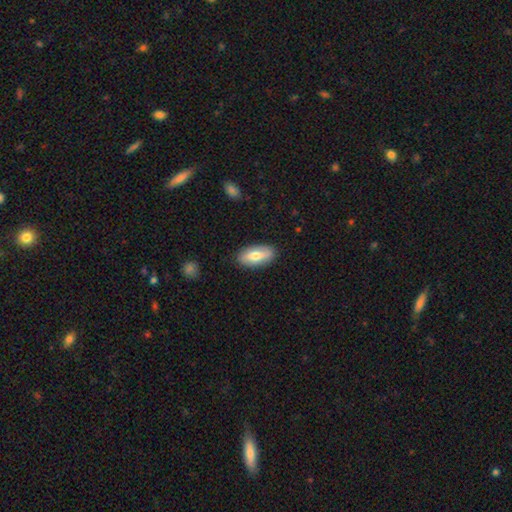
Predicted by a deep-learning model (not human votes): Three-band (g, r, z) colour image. It shows a smooth galaxy with no disk features (65%) that is in between round and cigar-shaped (88%). Merging: none (86%).